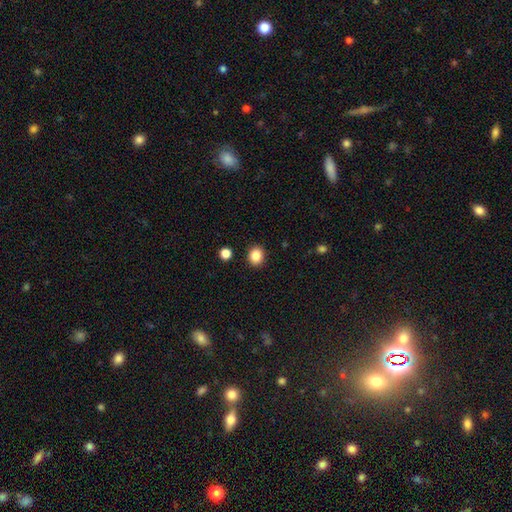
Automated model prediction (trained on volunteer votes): A smooth galaxy with no disk features (86%) that is round (76%).

Vote fractions:
- Smooth or featured? smooth: 86% / star or artifact: 10% / featured or disk: 4%
- How rounded? round: 76% / in between: 24% / cigar-shaped: 1%
- Merging? none: 91% / minor disturbance: 6% / major disturbance: 2% / merger: 2%